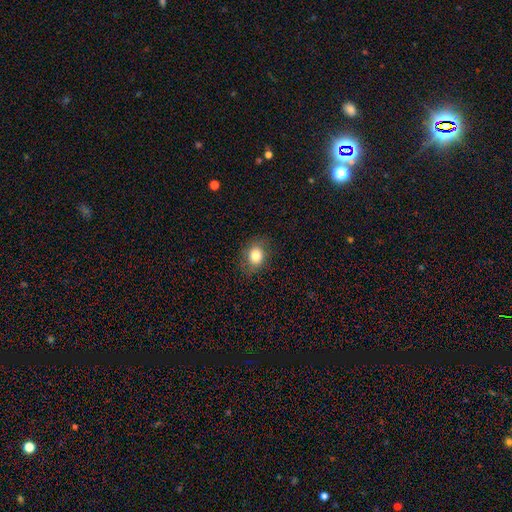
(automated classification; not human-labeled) smooth_or_featured: smooth (p=0.82) [alt: star or artifact p=0.10]
how_rounded: in between (p=0.54) [alt: round p=0.44]
merging: none (p=0.81) [alt: minor disturbance p=0.14]